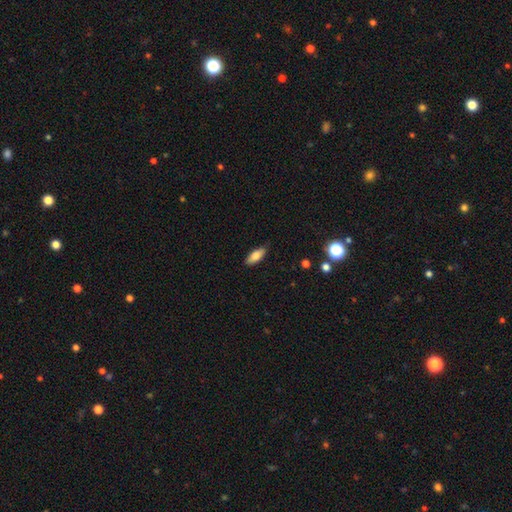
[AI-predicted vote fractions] The model was most divided on "how rounded": in between: 76%, cigar-shaped: 22%, round: 2%. More confident: merging — none (84%); smooth or featured — smooth (80%).